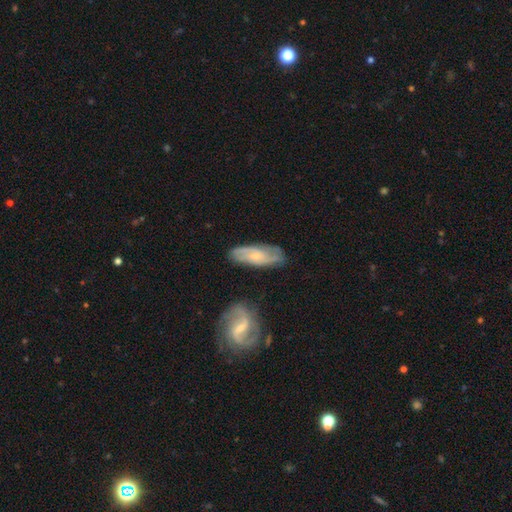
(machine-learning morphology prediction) Smooth or featured? featured or disk (66%)
Edge-on disk? no (87%)
Bar? no (65%)
Spiral arms? yes (89%)
Spiral winding? medium (43%)
Spiral arm count? 2 (44%)
Bulge size? small (67%)
Merging? none (73%)